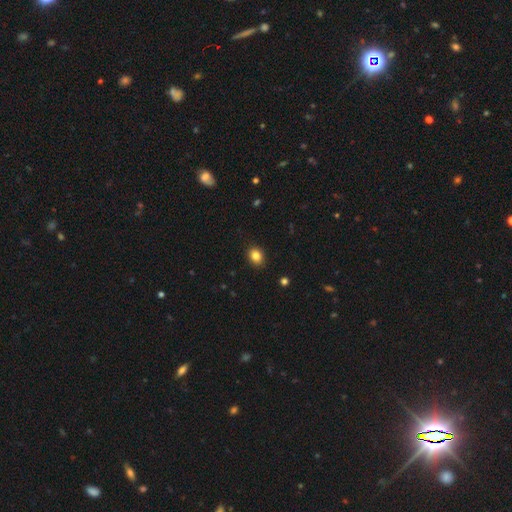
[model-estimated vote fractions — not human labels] smooth-or-featured: smooth: 85% | star or artifact: 10% | featured or disk: 5%
  how-rounded: round: 52% | in between: 47% | cigar-shaped: 1%
  merging: none: 89% | minor disturbance: 8% | major disturbance: 2% | merger: 1%